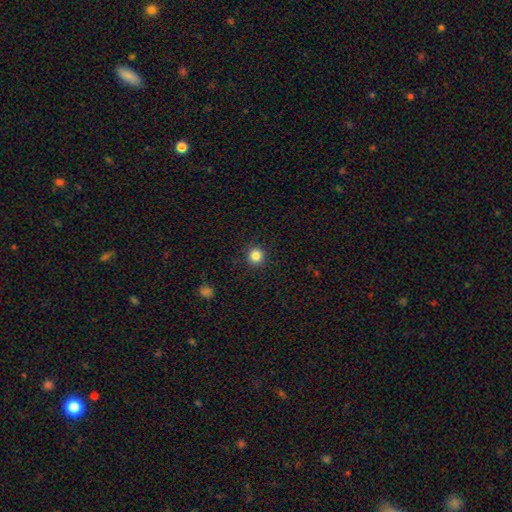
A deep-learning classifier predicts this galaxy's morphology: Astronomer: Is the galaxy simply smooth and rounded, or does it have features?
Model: smooth — 84%.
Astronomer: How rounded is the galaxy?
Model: round — 94%.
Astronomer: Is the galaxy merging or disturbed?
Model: none — 91%.